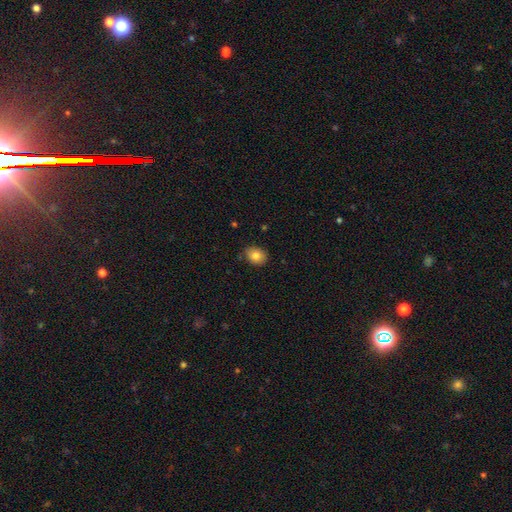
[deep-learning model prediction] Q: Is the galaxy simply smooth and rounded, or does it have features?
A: smooth — 82%.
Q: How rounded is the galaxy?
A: in between — 57%.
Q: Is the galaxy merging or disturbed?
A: none — 83%.